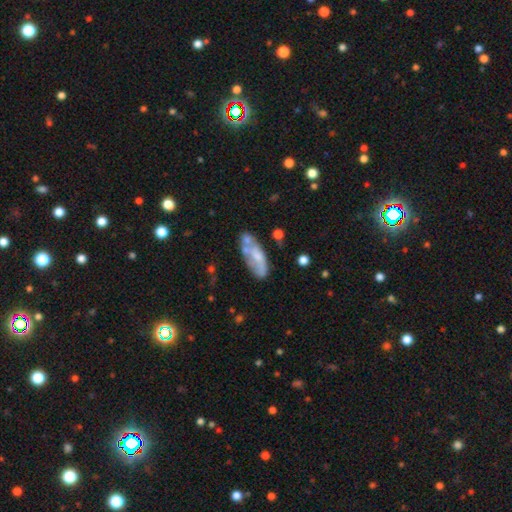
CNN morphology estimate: smooth_or_featured: smooth (p=0.49) [alt: featured or disk p=0.43]
merging: none (p=0.47) [alt: minor disturbance p=0.24]